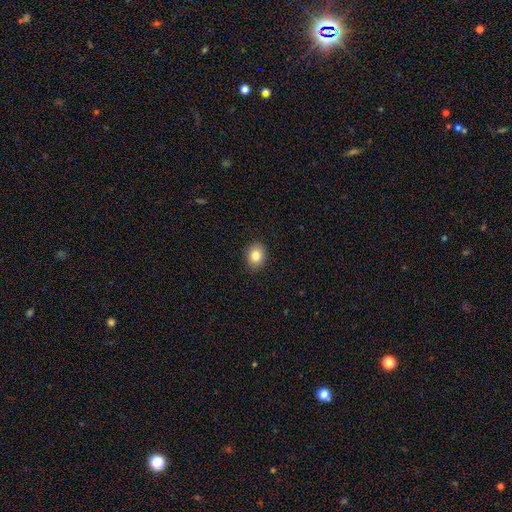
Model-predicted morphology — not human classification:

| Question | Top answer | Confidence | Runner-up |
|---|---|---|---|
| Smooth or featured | smooth | 83% | star or artifact (10%) |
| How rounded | round | 55% | in between (44%) |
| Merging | none | 90% | minor disturbance (7%) |